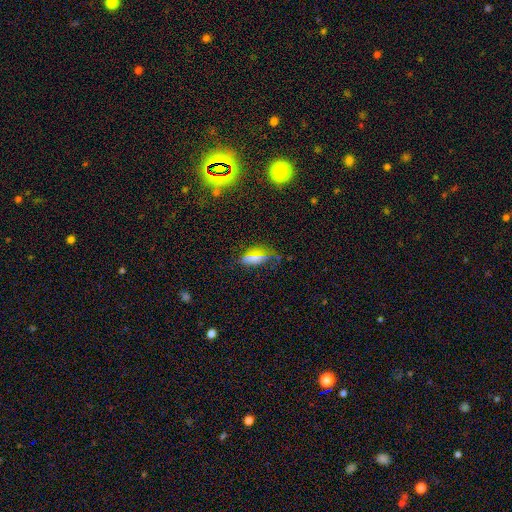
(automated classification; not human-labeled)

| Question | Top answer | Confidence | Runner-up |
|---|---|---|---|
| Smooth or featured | smooth | 61% | star or artifact (21%) |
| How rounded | in between | 75% | cigar-shaped (20%) |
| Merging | none | 61% | minor disturbance (26%) |